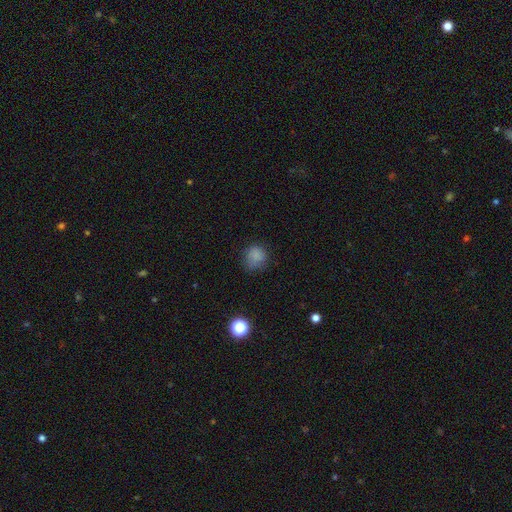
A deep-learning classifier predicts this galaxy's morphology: Q: Smooth or featured?
A: smooth (80%); runner-up: star or artifact (13%)
Q: How rounded?
A: round (80%); runner-up: in between (19%)
Q: Merging?
A: none (65%); runner-up: minor disturbance (25%)